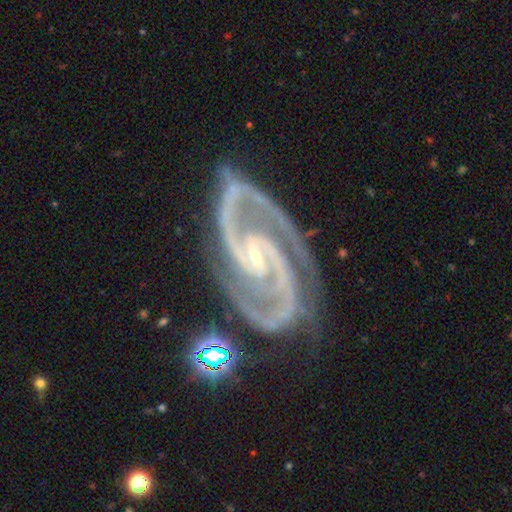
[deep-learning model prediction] A featured or disk galaxy (94%) with no bar (37%), 2 (89%) medium (49%) spiral arms (99%) and a small central bulge (81%). Merging: none (76%).